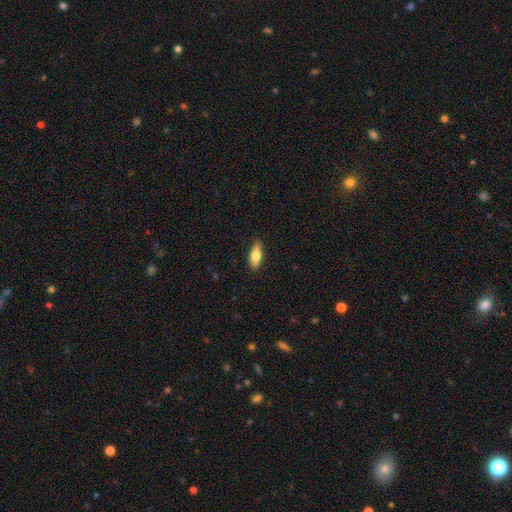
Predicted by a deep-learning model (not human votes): smooth_or_featured: smooth (p=0.72) [alt: featured or disk p=0.21]
how_rounded: in between (p=0.66) [alt: cigar-shaped p=0.31]
merging: none (p=0.88) [alt: minor disturbance p=0.09]